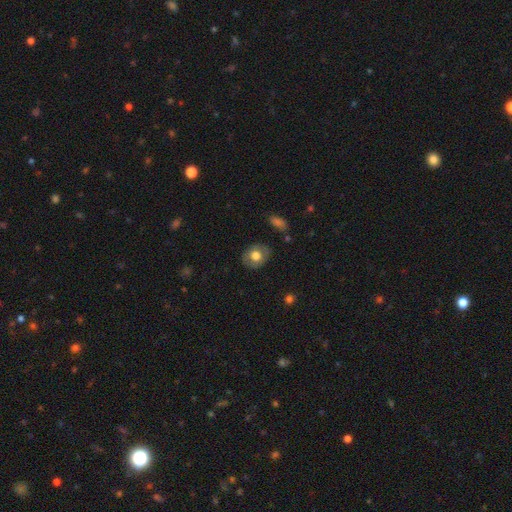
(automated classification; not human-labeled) Overall: smooth (63%; featured or disk 30%). How rounded: in between (51%; round 48%). Merging: none (82%).